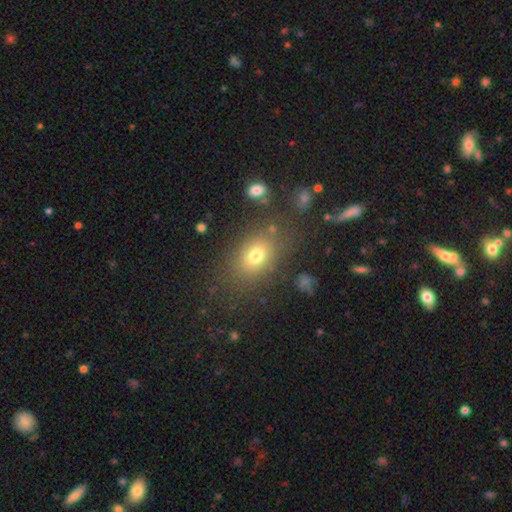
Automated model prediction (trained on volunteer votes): smooth_or_featured: smooth (p=0.73) [alt: star or artifact p=0.15]
how_rounded: in between (p=0.71) [alt: round p=0.28]
merging: none (p=0.77) [alt: minor disturbance p=0.13]